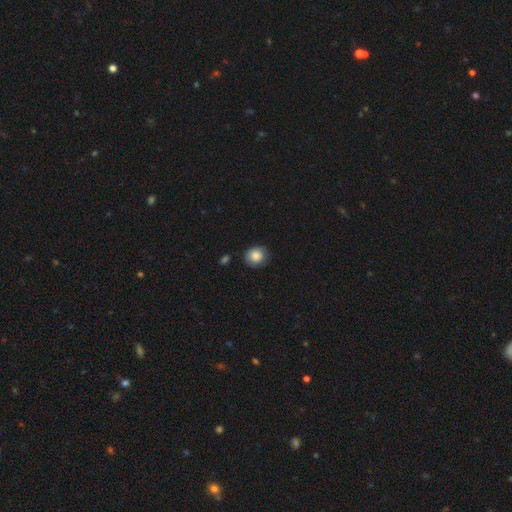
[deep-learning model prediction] smooth 83%, featured or disk 8%, star or artifact 8%. Down the decision tree: how rounded — round (69%); merging — none (81%).